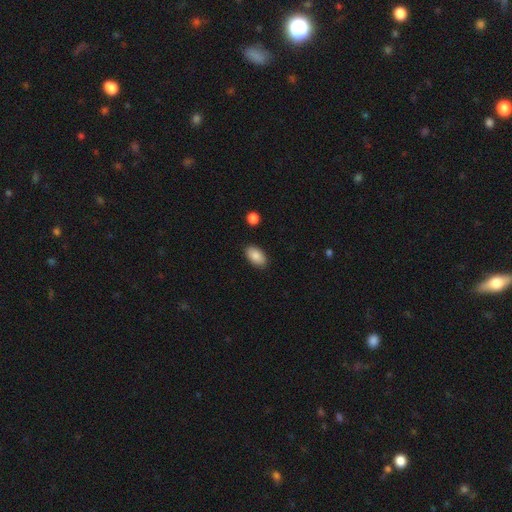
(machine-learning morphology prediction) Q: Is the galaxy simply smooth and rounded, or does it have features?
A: smooth — 87%.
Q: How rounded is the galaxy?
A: in between — 94%.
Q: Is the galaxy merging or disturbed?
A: none — 88%.